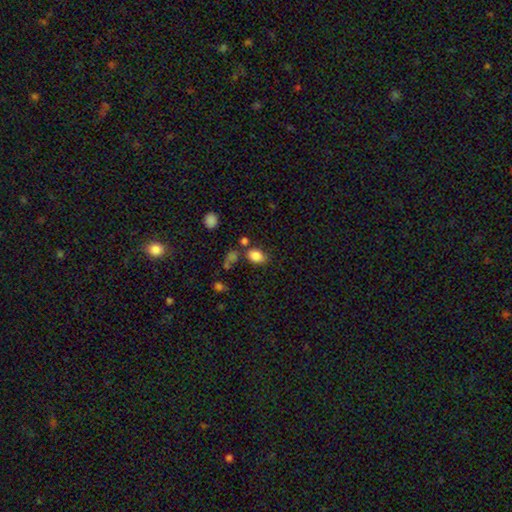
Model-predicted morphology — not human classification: Overall: smooth (84%). How rounded: in between (75%). Merging: none (66%).